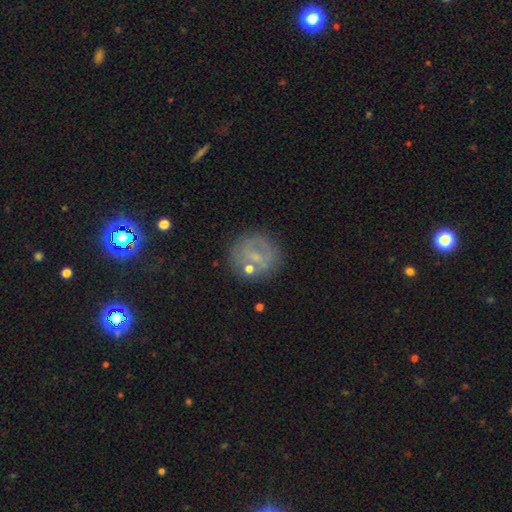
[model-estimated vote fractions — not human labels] smooth 41%, featured or disk 40%, star or artifact 19%. Down the decision tree: merging — none (75%).